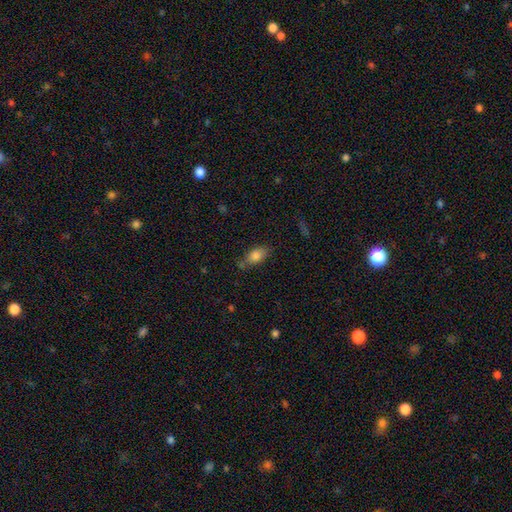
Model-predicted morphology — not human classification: This is clearly a smooth galaxy (80%). How rounded: clearly in between (87%). Merging: likely none (68%).